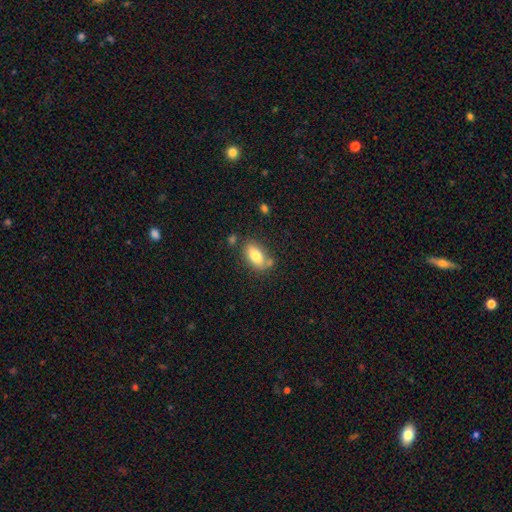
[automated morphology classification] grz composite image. It shows a smooth galaxy with no disk features (79%) that is in between round and cigar-shaped (89%). Merging: none (68%).